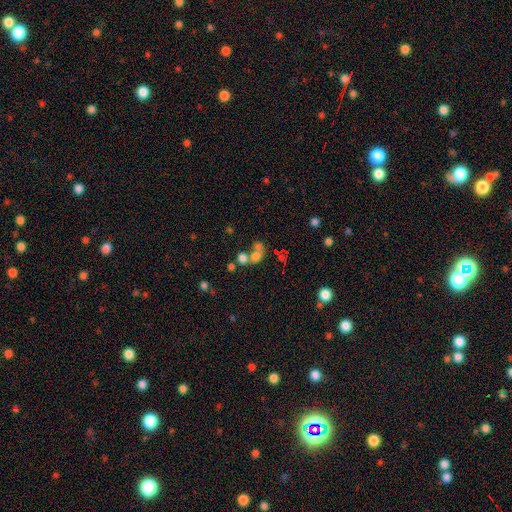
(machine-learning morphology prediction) This appears to be a smooth galaxy with no disk features (64%) that is round (60%). Merging: merger (55%).